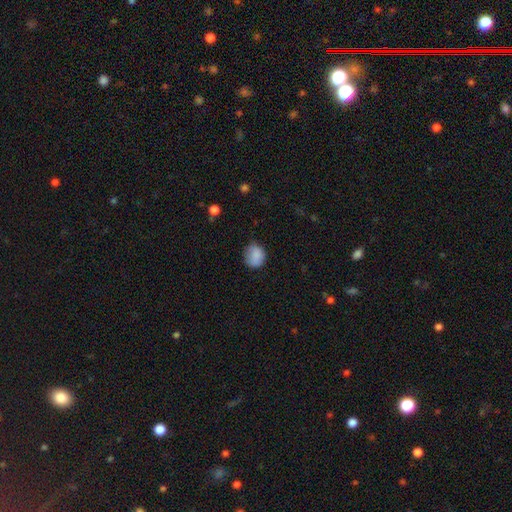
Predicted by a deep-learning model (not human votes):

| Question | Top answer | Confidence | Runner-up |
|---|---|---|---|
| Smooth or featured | smooth | 86% | star or artifact (9%) |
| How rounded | round | 69% | in between (30%) |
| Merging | none | 71% | minor disturbance (22%) |